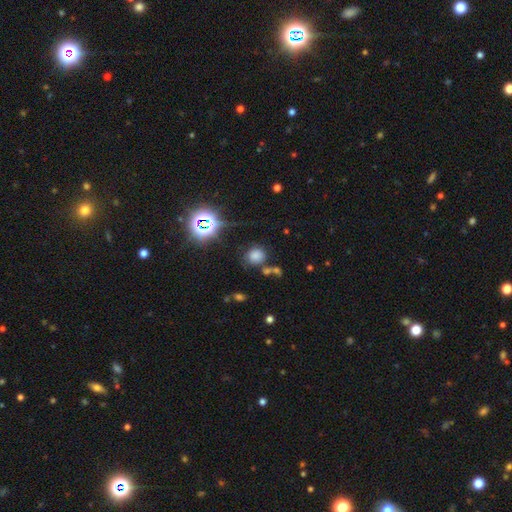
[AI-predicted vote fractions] A smooth galaxy with no disk features (69%) that is round (82%).

Vote fractions:
- Smooth or featured? smooth: 69% / star or artifact: 24% / featured or disk: 8%
- How rounded? round: 82% / in between: 17% / cigar-shaped: 1%
- Merging? none: 68% / minor disturbance: 14% / merger: 12% / major disturbance: 6%